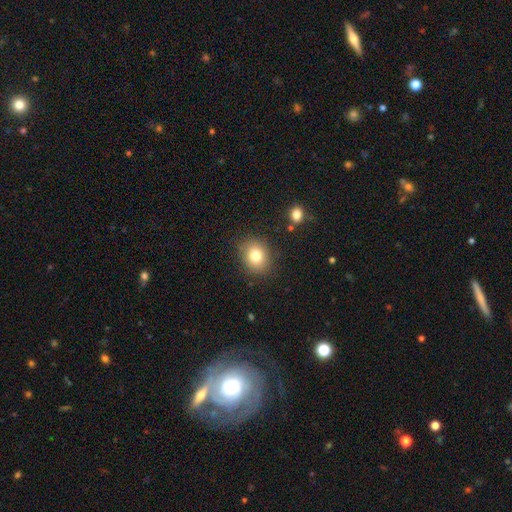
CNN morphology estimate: smooth_or_featured: smooth (p=0.79) [alt: star or artifact p=0.11]
how_rounded: round (p=0.67) [alt: in between p=0.32]
merging: none (p=0.85) [alt: minor disturbance p=0.10]